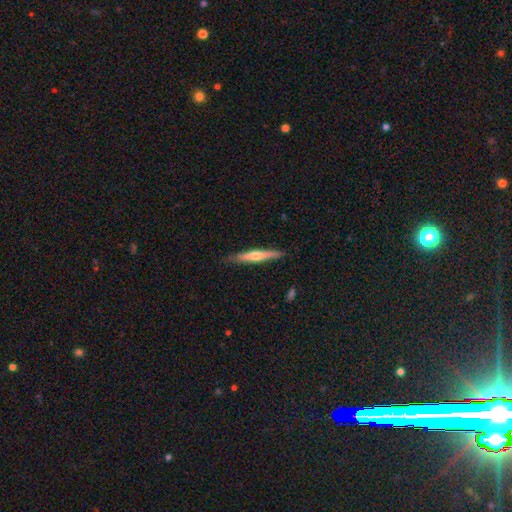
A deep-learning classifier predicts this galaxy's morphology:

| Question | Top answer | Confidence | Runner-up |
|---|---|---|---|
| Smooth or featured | featured or disk | 50% | smooth (45%) |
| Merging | none | 87% | minor disturbance (10%) |